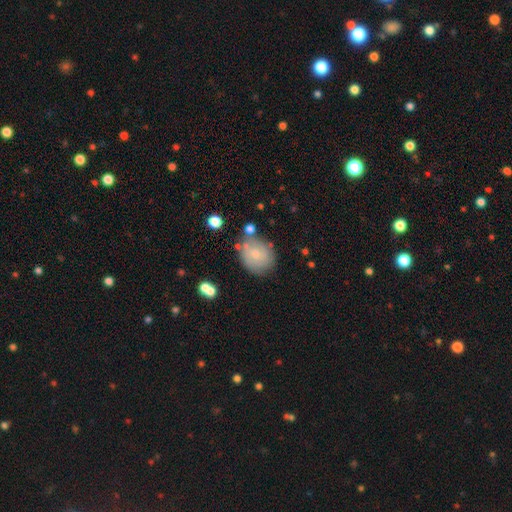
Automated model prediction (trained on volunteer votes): A smooth galaxy with no disk features (67%) that is round (65%).

Vote fractions:
- Smooth or featured? smooth: 67% / featured or disk: 24% / star or artifact: 8%
- How rounded? round: 65% / in between: 34% / cigar-shaped: 1%
- Merging? none: 65% / minor disturbance: 21% / merger: 7% / major disturbance: 7%